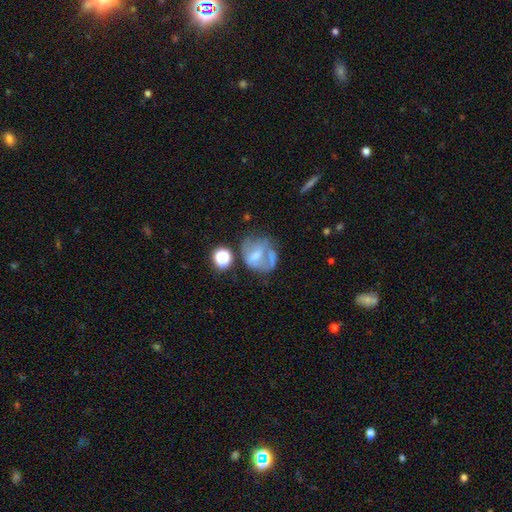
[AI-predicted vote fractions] This is possibly a featured or disk galaxy (50%). It is clearly not viewed edge-on (96%). Merging: marginally none (36%).